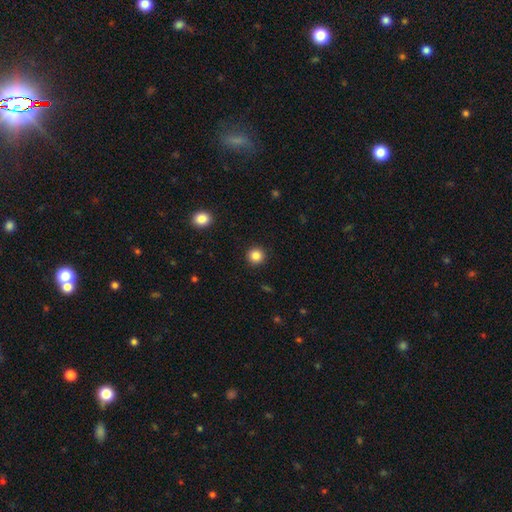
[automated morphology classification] A smooth galaxy with no disk features (85%) that is round (94%). Merging: none (93%).